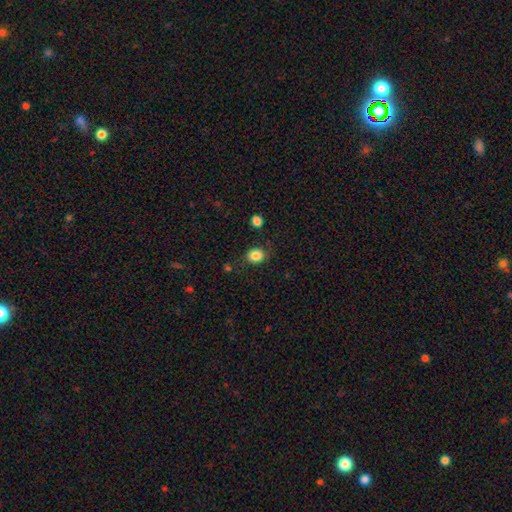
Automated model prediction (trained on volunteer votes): This is clearly a smooth galaxy (85%). How rounded: likely round (63%). Merging: clearly none (82%).